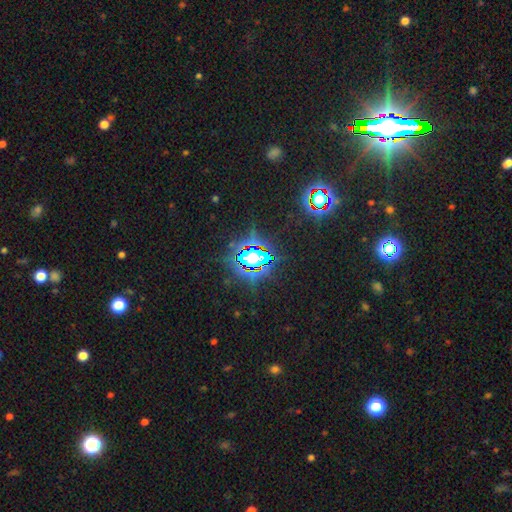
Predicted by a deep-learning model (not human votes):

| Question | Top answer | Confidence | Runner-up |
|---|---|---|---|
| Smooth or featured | star or artifact | 82% | smooth (10%) |